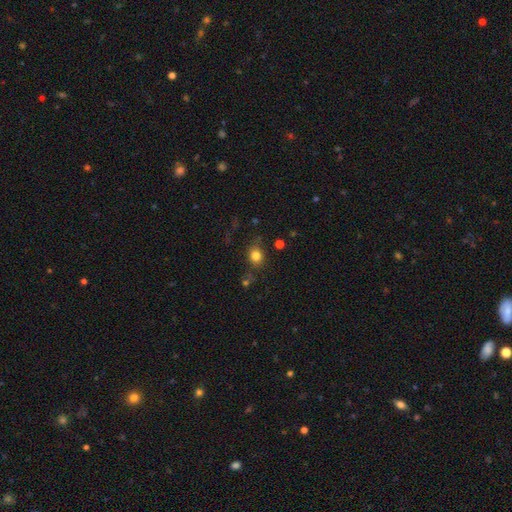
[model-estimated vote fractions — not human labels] The model was most divided on "how rounded": round: 67%, in between: 32%, cigar-shaped: 1%. More confident: smooth or featured — smooth (80%); merging — none (73%).